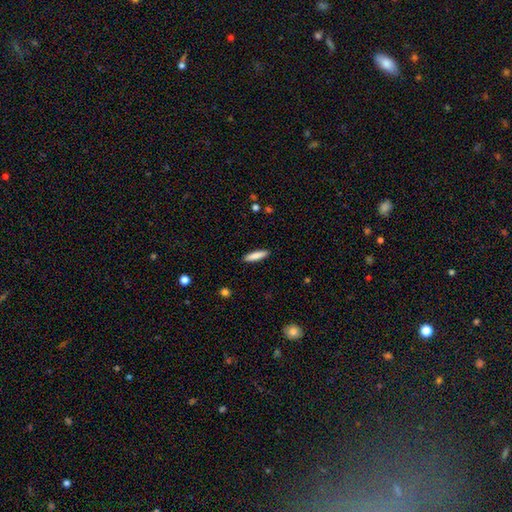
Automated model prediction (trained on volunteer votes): Smooth or featured? smooth (84%)
How rounded? cigar-shaped (78%)
Merging? none (91%)